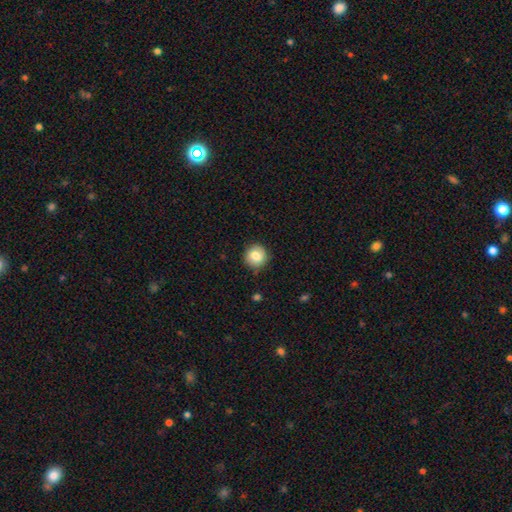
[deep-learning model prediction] The model was most divided on "merging": none: 85%, minor disturbance: 11%, major disturbance: 2%, merger: 1%. More confident: how rounded — round (89%); smooth or featured — smooth (84%).